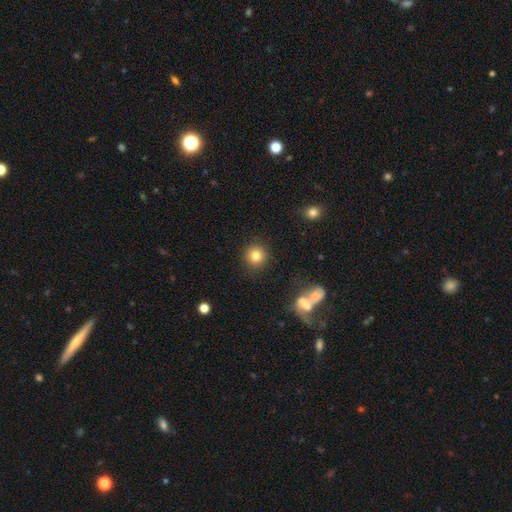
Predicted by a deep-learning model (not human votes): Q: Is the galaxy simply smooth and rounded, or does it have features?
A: smooth — 82%.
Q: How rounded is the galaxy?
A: round — 92%.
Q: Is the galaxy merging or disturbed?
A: none — 88%.